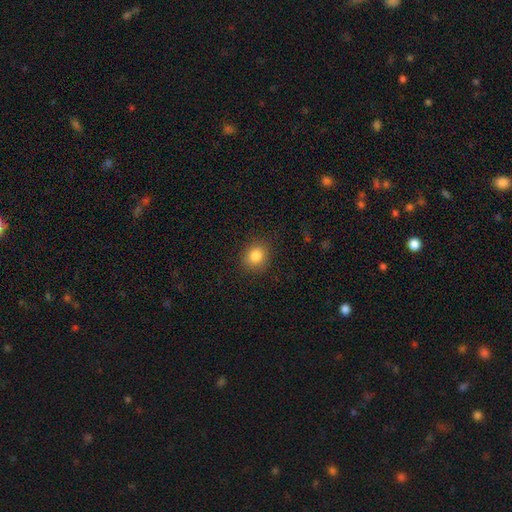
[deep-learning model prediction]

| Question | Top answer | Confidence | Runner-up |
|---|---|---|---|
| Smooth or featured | smooth | 83% | star or artifact (11%) |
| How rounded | round | 78% | in between (21%) |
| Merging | none | 88% | minor disturbance (8%) |